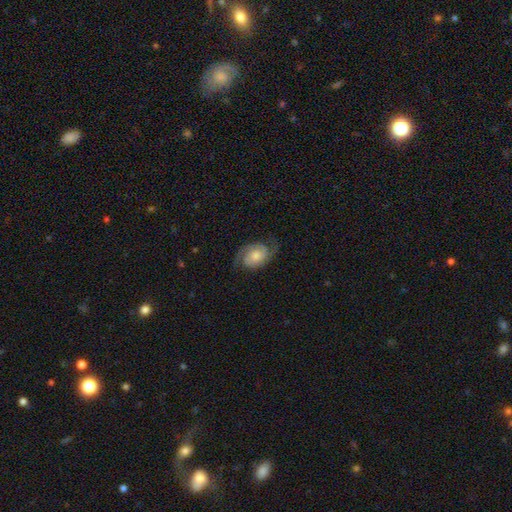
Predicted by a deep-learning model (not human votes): Smooth or featured: featured or disk — 77% (smooth — 16%)
Edge-on disk: no — 97% (yes — 3%)
Bar: no — 73% (weak — 23%)
Spiral arms: yes — 96% (no — 4%)
Spiral winding: medium — 44% (tight — 34%)
Spiral arm count: 2 — 90% (can't tell — 4%)
Bulge size: moderate — 47% (small — 29%)
Merging: none — 72% (minor disturbance — 18%)